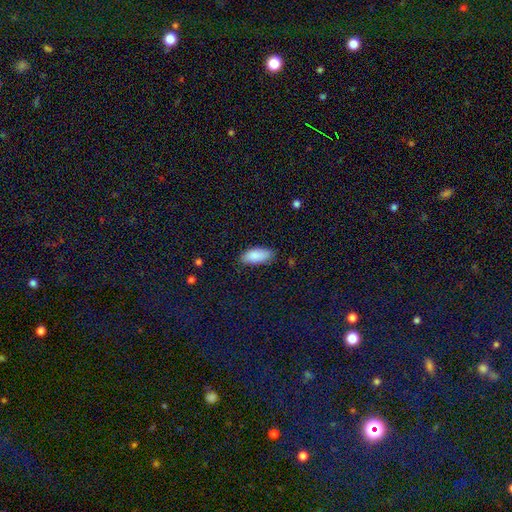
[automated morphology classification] Smooth or featured?
  - smooth: 88% *
  - star or artifact: 6%
  - featured or disk: 5%
How rounded?
  - in between: 88% *
  - cigar-shaped: 10%
  - round: 2%
Merging?
  - none: 83% *
  - minor disturbance: 13%
  - major disturbance: 2%
  - merger: 1%